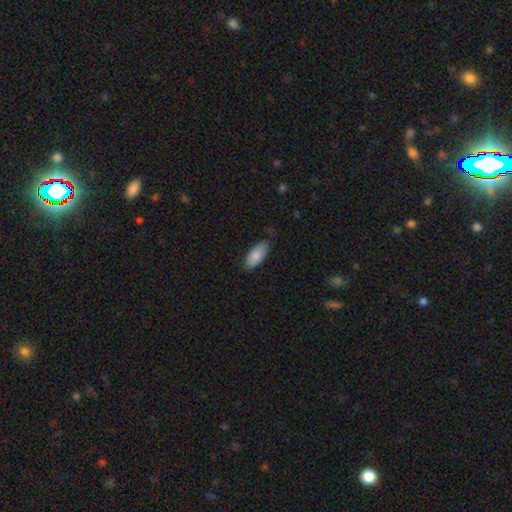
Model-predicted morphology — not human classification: The model was most divided on "merging": none: 76%, minor disturbance: 19%, major disturbance: 3%, merger: 1%. More confident: how rounded — in between (89%); smooth or featured — smooth (85%).